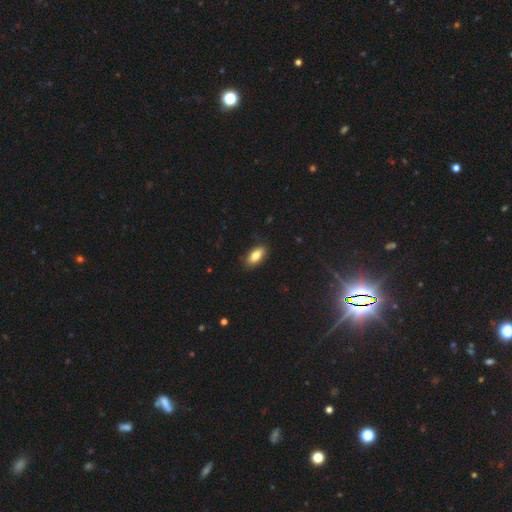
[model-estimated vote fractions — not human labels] A smooth galaxy with no disk features (83%) that is in between round and cigar-shaped (87%). Merging: none (86%).